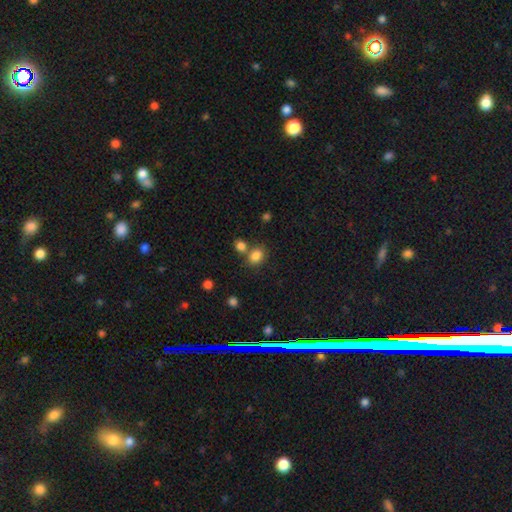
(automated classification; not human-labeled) smooth-or-featured: smooth: 83% | star or artifact: 11% | featured or disk: 6%
  how-rounded: in between: 53% | round: 46% | cigar-shaped: 1%
  merging: none: 60% | merger: 25% | minor disturbance: 11% | major disturbance: 4%